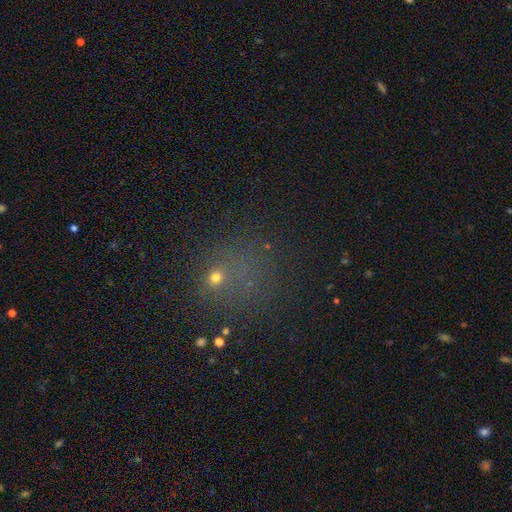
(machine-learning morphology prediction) This appears to be a star or artifact, not a galaxy (49%).